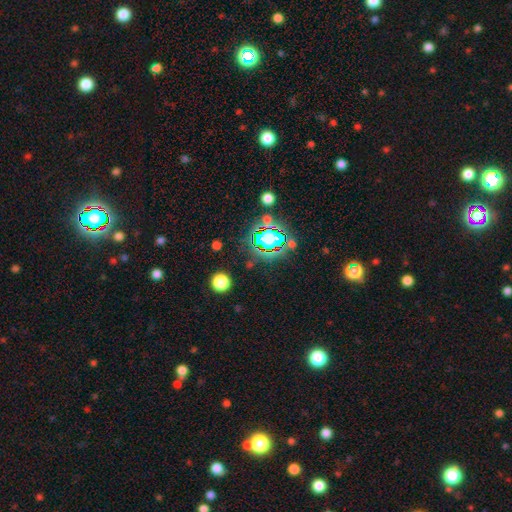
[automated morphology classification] Smooth or featured?
  - star or artifact: 79% *
  - smooth: 13%
  - featured or disk: 8%